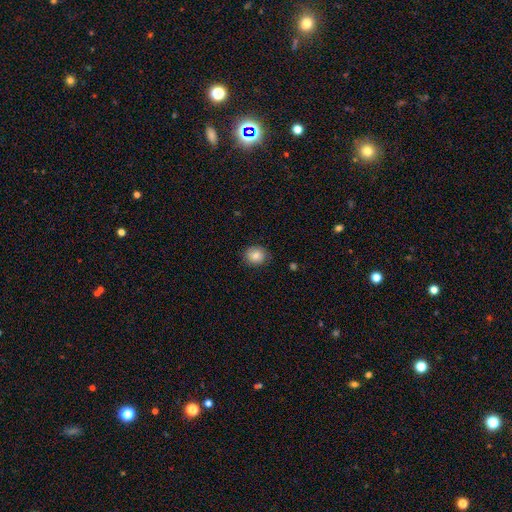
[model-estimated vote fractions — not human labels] smooth 82%, featured or disk 9%, star or artifact 9%. Down the decision tree: how rounded — round (75%); merging — none (82%).